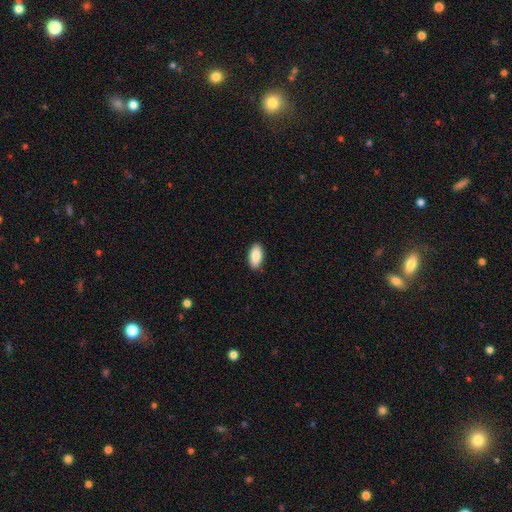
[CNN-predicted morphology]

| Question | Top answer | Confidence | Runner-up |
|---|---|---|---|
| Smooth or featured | smooth | 86% | featured or disk (7%) |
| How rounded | in between | 93% | cigar-shaped (4%) |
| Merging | none | 90% | minor disturbance (8%) |